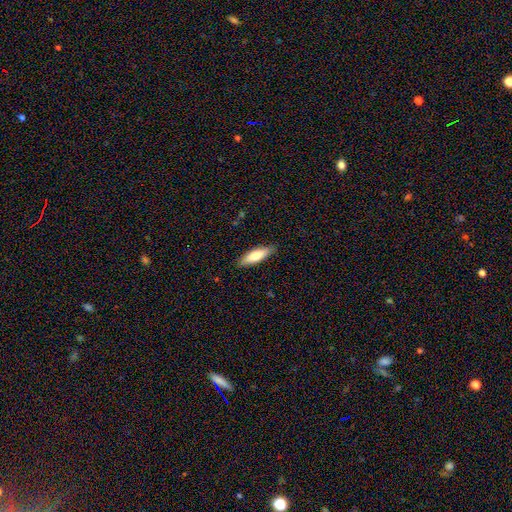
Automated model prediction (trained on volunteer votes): This is likely a smooth galaxy (74%). How rounded: possibly cigar-shaped (50%). Merging: clearly none (86%).